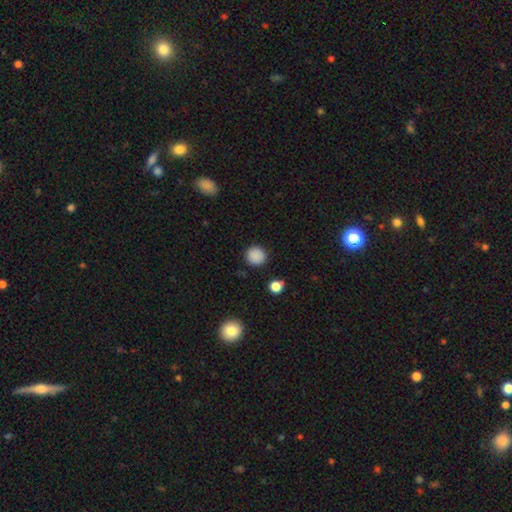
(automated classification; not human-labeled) Smooth or featured? smooth (87%)
How rounded? round (94%)
Merging? none (90%)